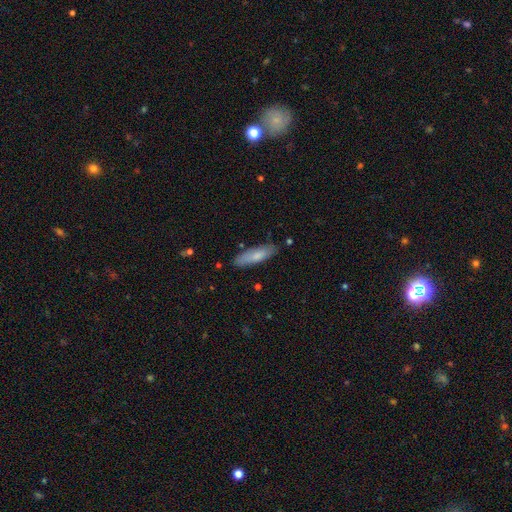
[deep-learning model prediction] Overall: smooth (77%). How rounded: cigar-shaped (61%; in between 37%). Merging: none (82%).